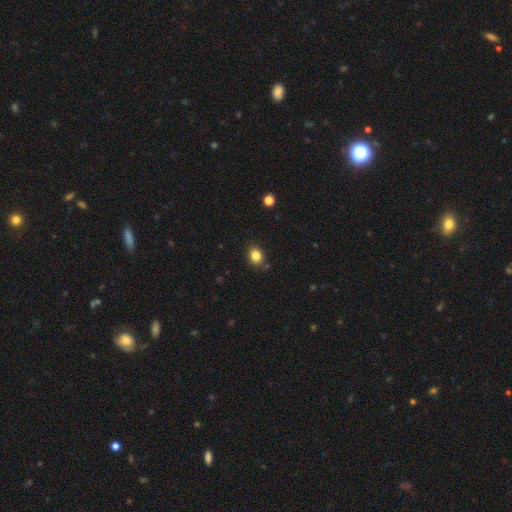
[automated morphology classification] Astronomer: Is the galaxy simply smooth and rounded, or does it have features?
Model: smooth — 84%.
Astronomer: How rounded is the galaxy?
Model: round — 56% (runner-up: in between, 43%).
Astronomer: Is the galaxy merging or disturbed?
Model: none — 83%.